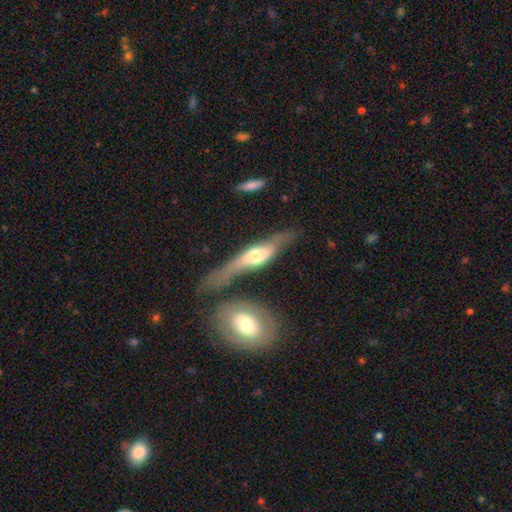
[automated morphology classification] Smooth or featured? featured or disk (64%)
Edge-on disk? yes (64%)
Merging? none (46%)